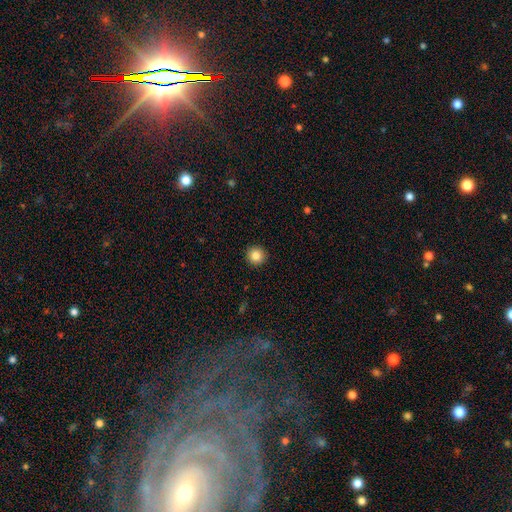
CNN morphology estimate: Smooth or featured? Predicted: smooth (p=0.84). How rounded? Predicted: round (p=0.95). Merging? Predicted: none (p=0.93).